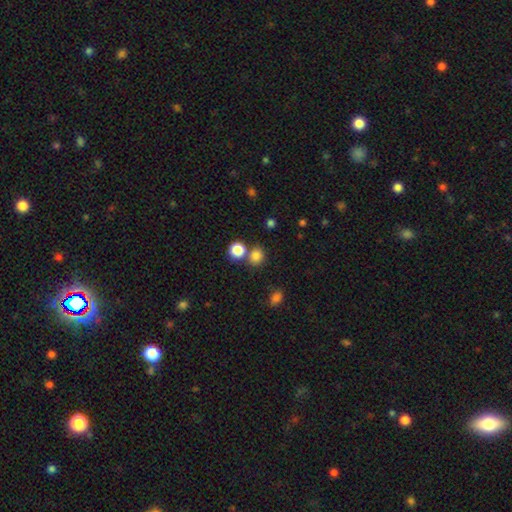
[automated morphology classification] Smooth or featured? smooth (81%)
How rounded? round (80%)
Merging? none (65%)